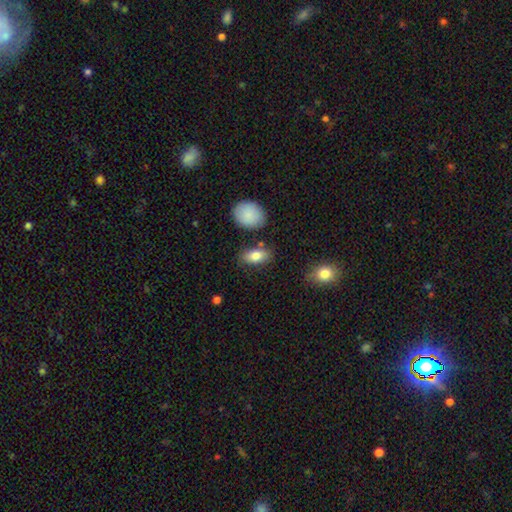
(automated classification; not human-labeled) A smooth galaxy with no disk features (81%) that is in between round and cigar-shaped (89%).

Vote fractions:
- Smooth or featured? smooth: 81% / featured or disk: 11% / star or artifact: 7%
- How rounded? in between: 89% / round: 6% / cigar-shaped: 6%
- Merging? none: 78% / minor disturbance: 12% / merger: 6% / major disturbance: 3%